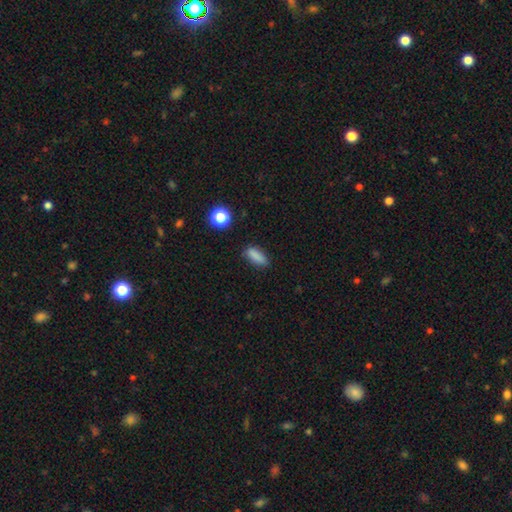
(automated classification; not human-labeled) smooth_or_featured: smooth (p=0.84) [alt: star or artifact p=0.11]
how_rounded: in between (p=0.62) [alt: cigar-shaped p=0.34]
merging: none (p=0.80) [alt: minor disturbance p=0.15]